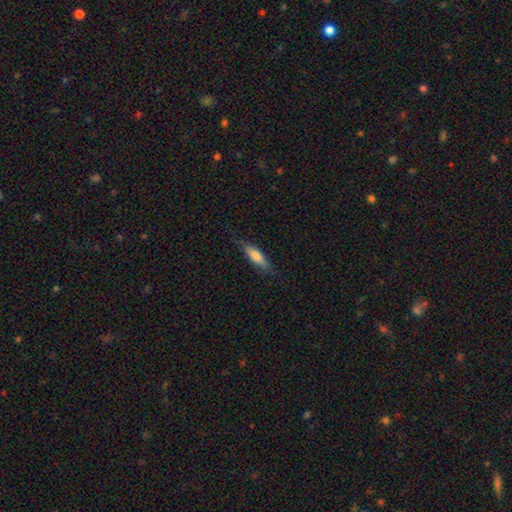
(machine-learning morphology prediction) smooth_or_featured: smooth (p=0.73) [alt: featured or disk p=0.21]
how_rounded: cigar-shaped (p=0.60) [alt: in between p=0.38]
merging: none (p=0.79) [alt: minor disturbance p=0.17]